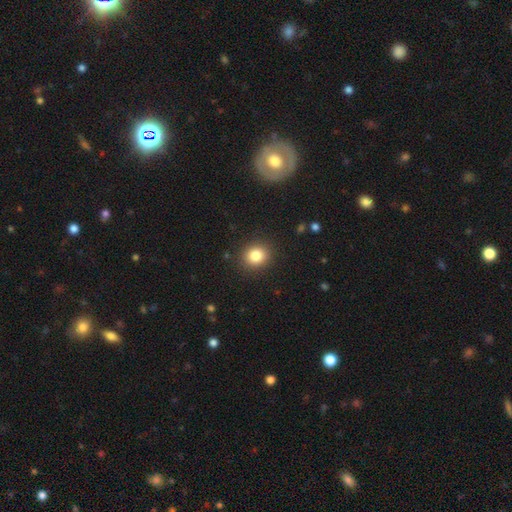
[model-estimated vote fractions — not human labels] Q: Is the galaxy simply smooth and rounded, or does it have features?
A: smooth — 83%.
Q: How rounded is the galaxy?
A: round — 78%.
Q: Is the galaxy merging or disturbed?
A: none — 90%.